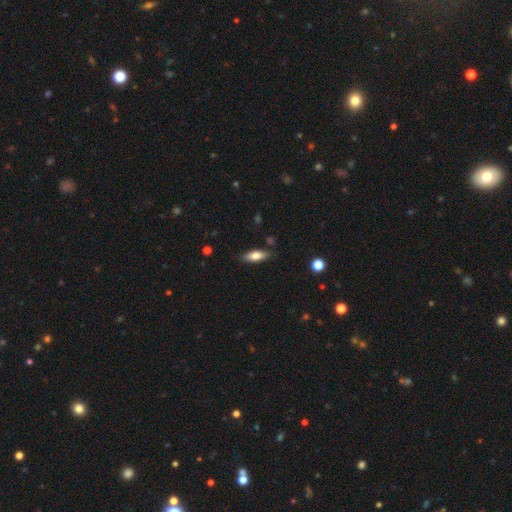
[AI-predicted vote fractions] Morphology: type=smooth (75%); roundness=in between (65%); merging=none (83%).